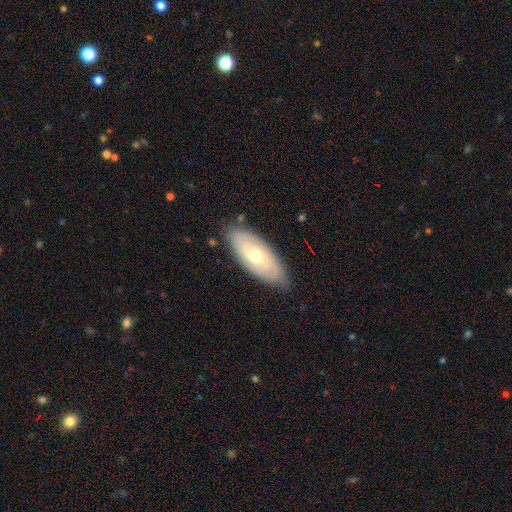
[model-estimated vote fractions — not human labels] A featured or disk galaxy (55%).

Vote fractions:
- Smooth or featured? featured or disk: 55% / smooth: 40% / star or artifact: 6%
- Edge-on disk? no: 86% / yes: 14%
- Merging? none: 82% / minor disturbance: 14% / major disturbance: 3% / merger: 1%